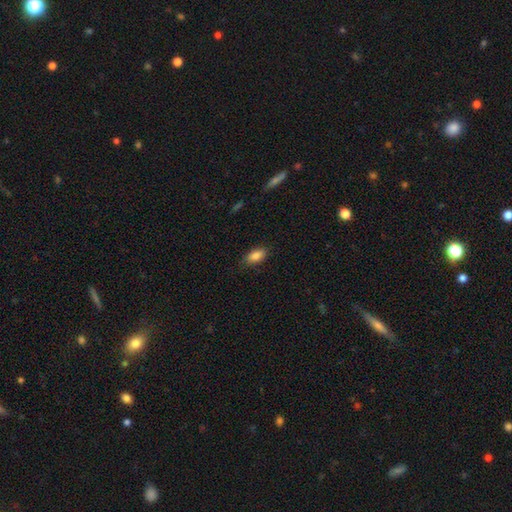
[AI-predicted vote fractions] smooth 86%, star or artifact 8%, featured or disk 6%. Down the decision tree: how rounded — in between (90%); merging — none (84%).